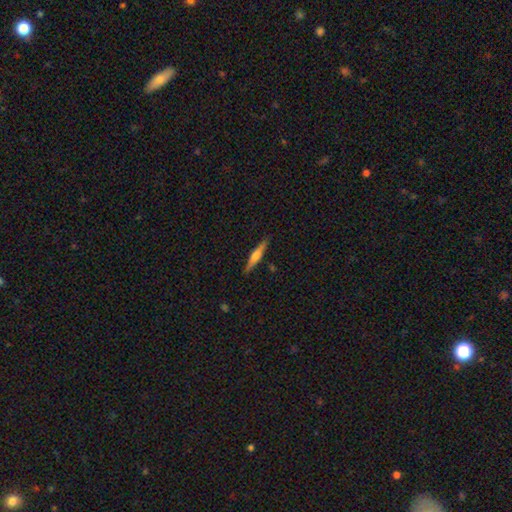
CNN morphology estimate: Smooth or featured: featured or disk — 56% (smooth — 38%)
Edge-on disk: yes — 97% (no — 3%)
Edge-on bulge: rounded — 80% (boxy — 11%)
Merging: none — 89% (minor disturbance — 8%)